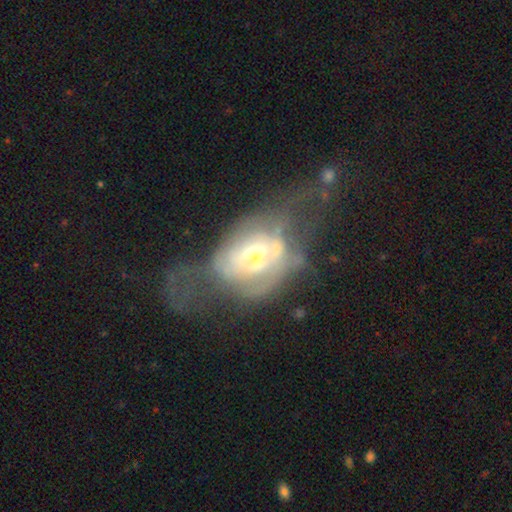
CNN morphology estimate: This is likely a featured or disk galaxy (66%). It is clearly not viewed edge-on (95%). Bar: likely no (71%). Spiral arm pattern: possibly no (58%). Central bulge: likely moderate (62%). Merging: possibly major disturbance (53%).